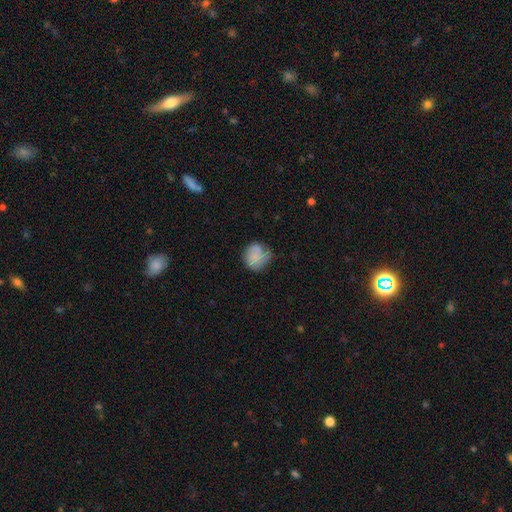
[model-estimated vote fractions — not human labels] Smooth or featured?
  - smooth: 73% *
  - featured or disk: 19%
  - star or artifact: 8%
How rounded?
  - round: 81% *
  - in between: 18%
  - cigar-shaped: 1%
Merging?
  - none: 55% *
  - minor disturbance: 31%
  - major disturbance: 12%
  - merger: 2%